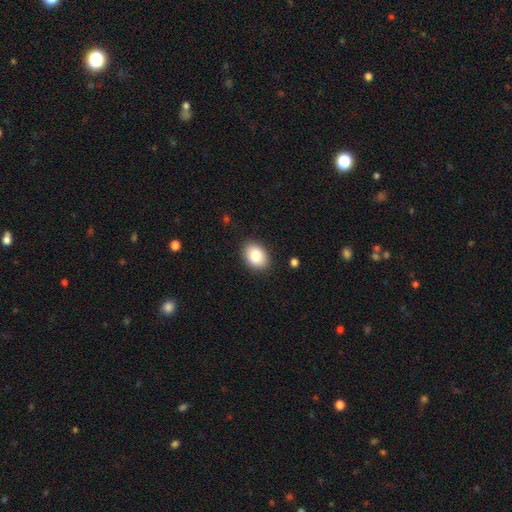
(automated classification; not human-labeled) Smooth or featured? Predicted: smooth (p=0.83). How rounded? Predicted: in between (p=0.72). Merging? Predicted: none (p=0.89).